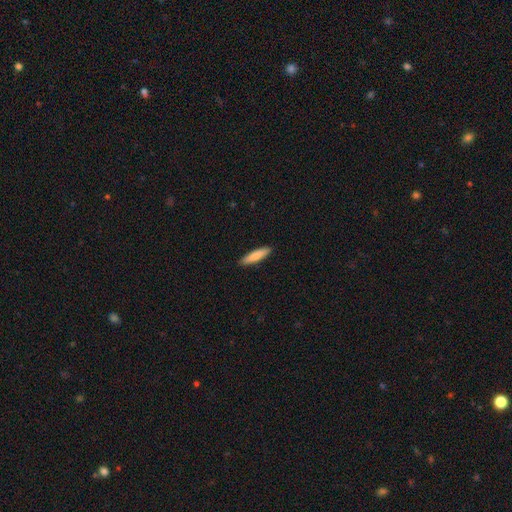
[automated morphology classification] Q: Smooth or featured?
A: smooth (80%); runner-up: featured or disk (14%)
Q: How rounded?
A: cigar-shaped (81%); runner-up: in between (17%)
Q: Merging?
A: none (91%); runner-up: minor disturbance (7%)